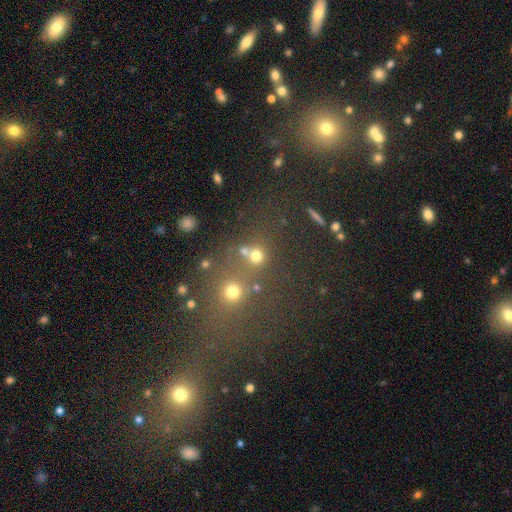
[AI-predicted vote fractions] Smooth or featured: smooth — 70% (star or artifact — 21%)
How rounded: round — 86% (in between — 13%)
Merging: none — 61% (merger — 24%)